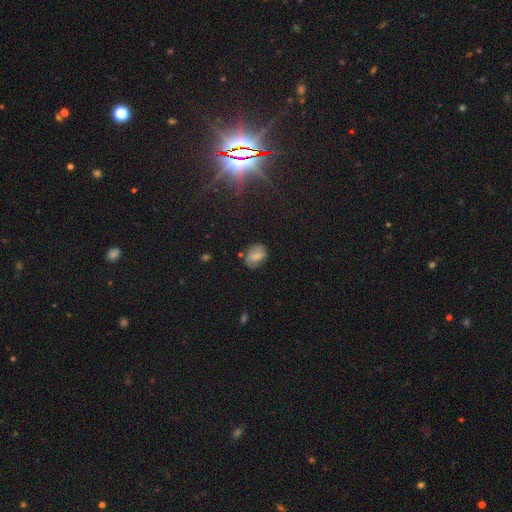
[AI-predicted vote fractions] This appears to be a smooth galaxy with no disk features (65%) that is in between round and cigar-shaped (65%). Merging: none (66%).